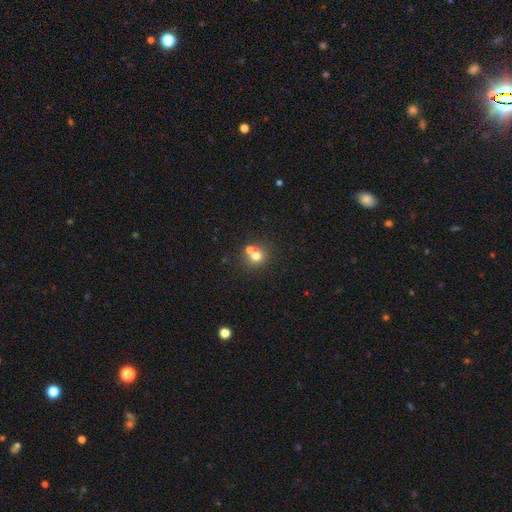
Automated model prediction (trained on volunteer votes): Q: Smooth or featured?
A: smooth (68%); runner-up: star or artifact (16%)
Q: How rounded?
A: round (87%); runner-up: in between (12%)
Q: Merging?
A: none (54%); runner-up: merger (36%)